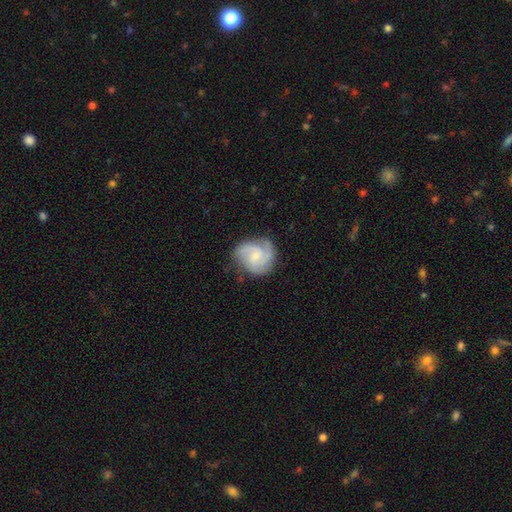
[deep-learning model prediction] smooth_or_featured: featured or disk (p=0.81) [alt: smooth p=0.13]
disk_edge_on: no (p=0.98) [alt: yes p=0.02]
bar: no (p=0.60) [alt: weak p=0.36]
has_spiral_arms: yes (p=0.97) [alt: no p=0.03]
spiral_winding: medium (p=0.48) [alt: tight p=0.39]
spiral_arm_count: 3 (p=0.43) [alt: 2 p=0.35]
bulge_size: small (p=0.64) [alt: moderate p=0.30]
merging: none (p=0.72) [alt: minor disturbance p=0.20]